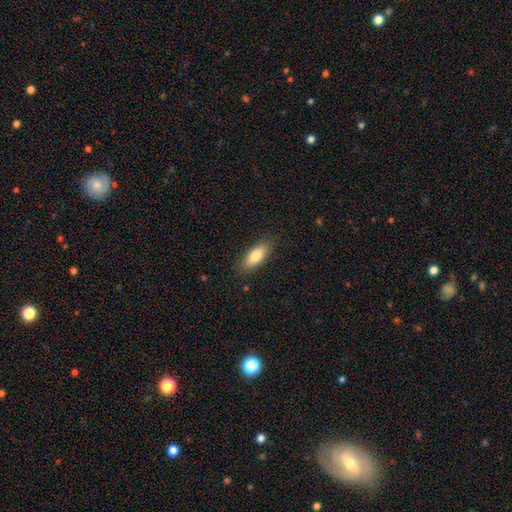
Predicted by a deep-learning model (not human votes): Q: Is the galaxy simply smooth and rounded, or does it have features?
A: smooth — 81%.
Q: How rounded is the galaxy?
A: in between — 77%.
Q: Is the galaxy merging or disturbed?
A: none — 85%.